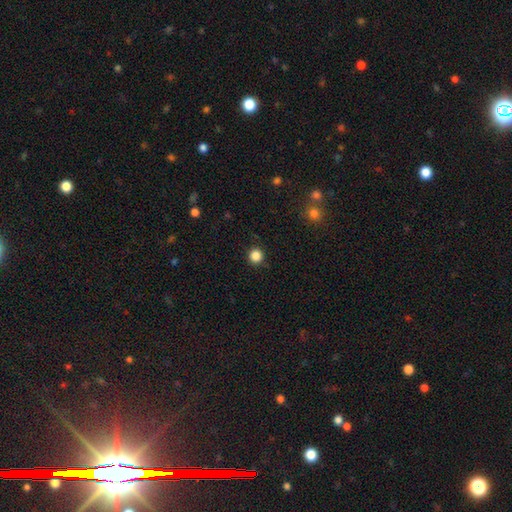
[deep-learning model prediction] Overall: smooth (85%). How rounded: round (95%). Merging: none (91%).